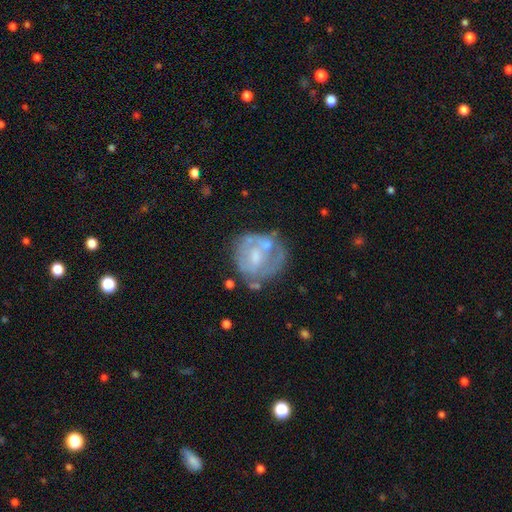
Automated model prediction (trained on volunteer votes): Q: Smooth or featured?
A: featured or disk (63%); runner-up: smooth (29%)
Q: Edge-on disk?
A: no (98%); runner-up: yes (2%)
Q: Bar?
A: no (69%); runner-up: weak (25%)
Q: Spiral arms?
A: no (65%); runner-up: yes (35%)
Q: Bulge size?
A: moderate (46%); runner-up: small (30%)
Q: Merging?
A: none (49%); runner-up: minor disturbance (23%)